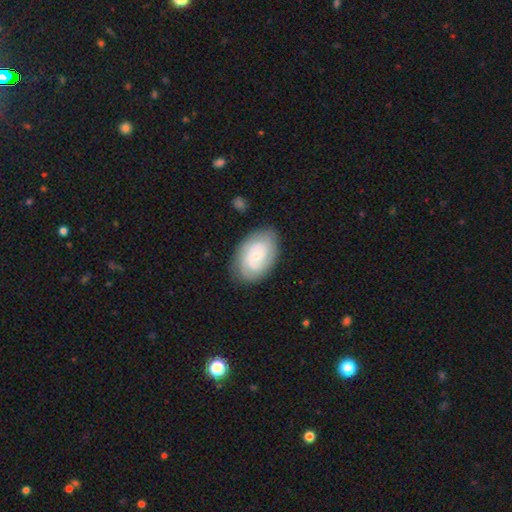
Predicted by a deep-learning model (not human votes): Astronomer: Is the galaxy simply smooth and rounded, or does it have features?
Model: featured or disk — 66%.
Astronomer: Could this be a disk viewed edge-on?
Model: no — 97%.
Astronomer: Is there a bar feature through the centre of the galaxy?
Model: no — 56% (runner-up: weak, 38%).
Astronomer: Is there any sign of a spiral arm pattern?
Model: yes — 90%.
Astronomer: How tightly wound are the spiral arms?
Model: tight — 59%.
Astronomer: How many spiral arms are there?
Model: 2 — 52% (runner-up: can't tell, 28%).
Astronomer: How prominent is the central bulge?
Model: small — 68%.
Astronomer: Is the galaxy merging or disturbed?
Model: none — 81%.